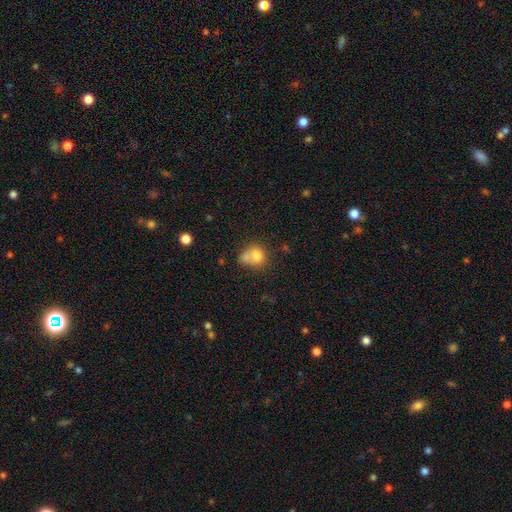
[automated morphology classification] Smooth or featured?
  - smooth: 75% *
  - featured or disk: 14%
  - star or artifact: 11%
How rounded?
  - round: 62% *
  - in between: 37%
  - cigar-shaped: 1%
Merging?
  - merger: 39% *
  - none: 34%
  - minor disturbance: 18%
  - major disturbance: 10%